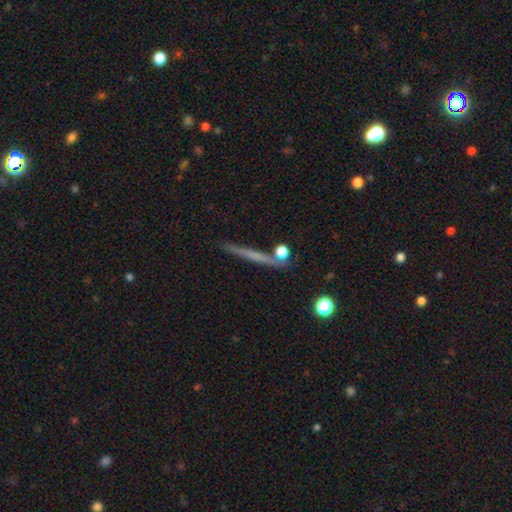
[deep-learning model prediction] smooth_or_featured: smooth (p=0.47) [alt: featured or disk p=0.44]
merging: none (p=0.84) [alt: minor disturbance p=0.09]